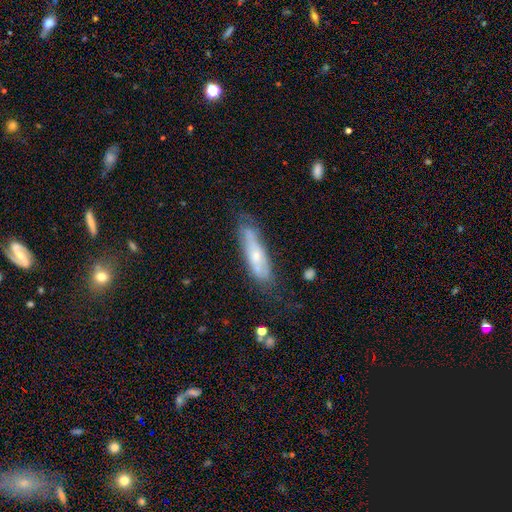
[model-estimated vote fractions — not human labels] smooth_or_featured: featured or disk (p=0.48) [alt: smooth p=0.44]
merging: none (p=0.59) [alt: minor disturbance p=0.27]